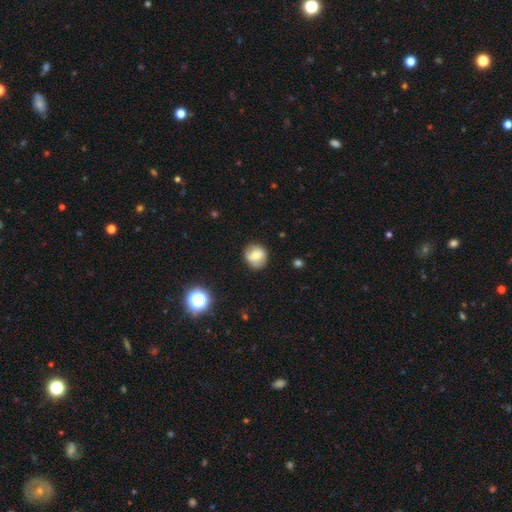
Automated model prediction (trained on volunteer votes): Smooth or featured: smooth — 64% (featured or disk — 26%)
How rounded: round — 85% (in between — 14%)
Merging: none — 80% (minor disturbance — 15%)